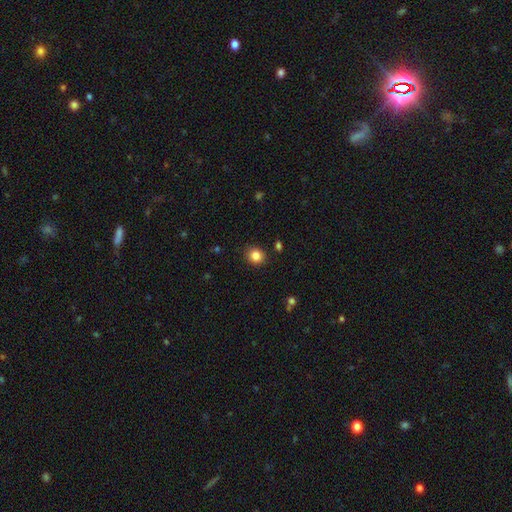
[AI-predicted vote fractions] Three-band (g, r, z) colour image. It shows a smooth galaxy with no disk features (85%) that is round (76%). Merging: none (89%).